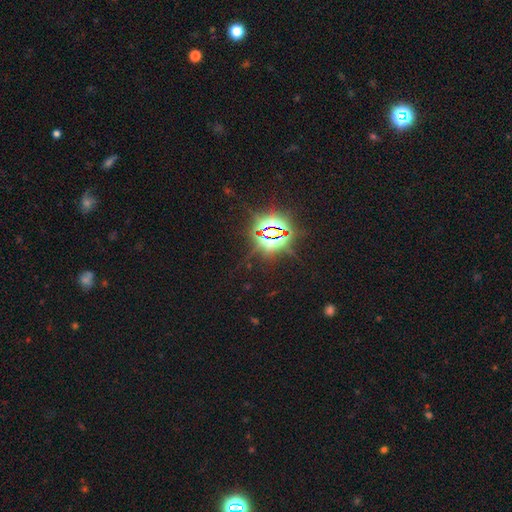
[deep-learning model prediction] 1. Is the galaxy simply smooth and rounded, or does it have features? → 82% star or artifact, 11% smooth, 6% featured or disk.